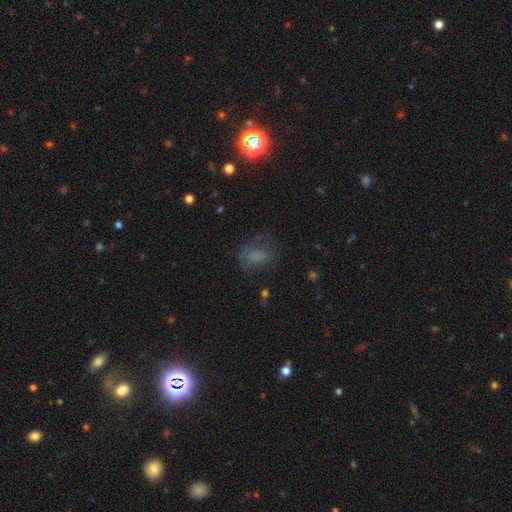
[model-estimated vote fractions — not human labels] Smooth or featured? Predicted: smooth (p=0.59). How rounded? Predicted: in between (p=0.72). Merging? Predicted: none (p=0.51).